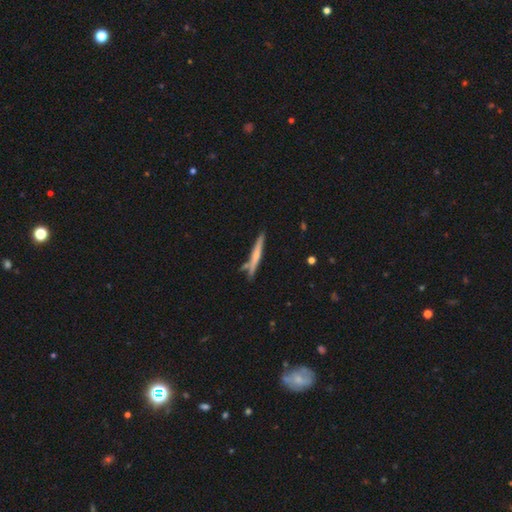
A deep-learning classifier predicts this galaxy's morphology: A featured or disk galaxy (50%). Merging: none (79%).